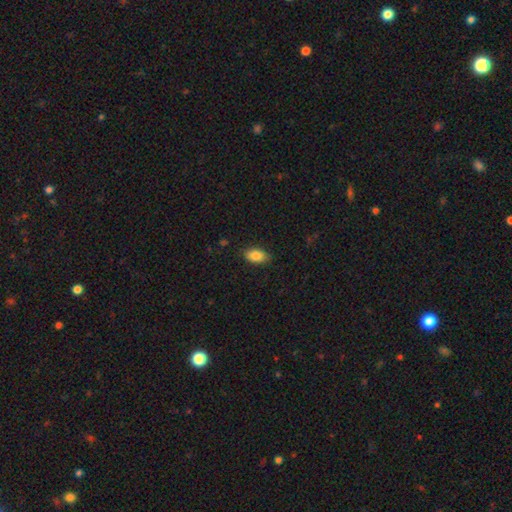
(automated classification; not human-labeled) Smooth or featured: smooth — 86% (star or artifact — 8%)
How rounded: in between — 91% (round — 5%)
Merging: none — 85% (minor disturbance — 11%)